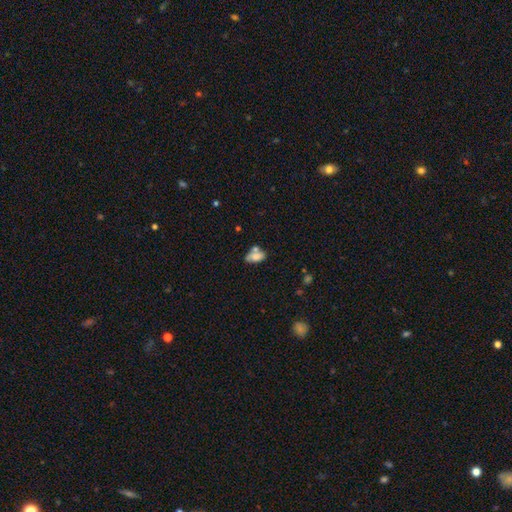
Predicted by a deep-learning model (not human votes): Q: Smooth or featured?
A: smooth (70%); runner-up: featured or disk (21%)
Q: How rounded?
A: in between (88%); runner-up: round (7%)
Q: Merging?
A: merger (36%); tied with: none (36%)